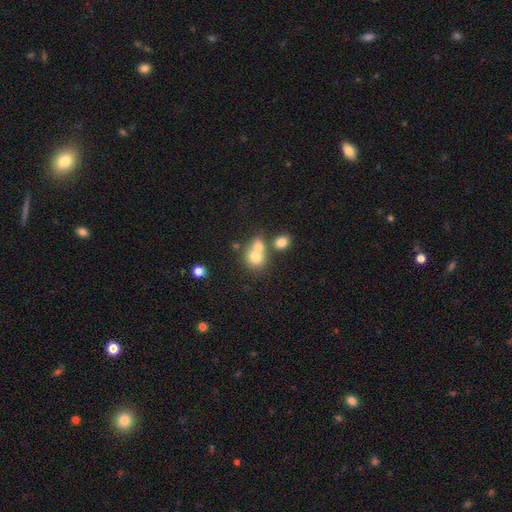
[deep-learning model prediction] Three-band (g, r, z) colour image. It shows a smooth galaxy with no disk features (72%) that is round (73%). Merging: merger (56%).